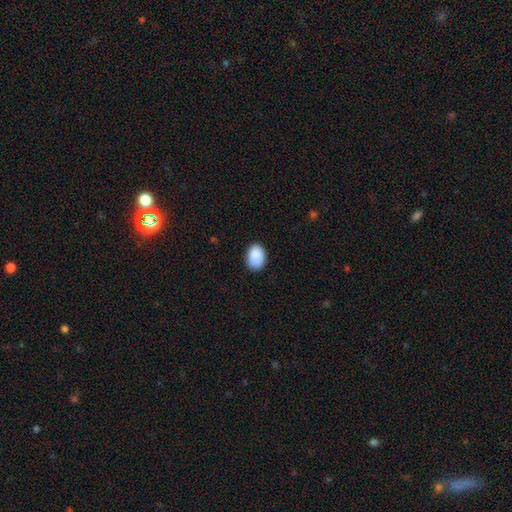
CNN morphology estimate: type=smooth (89%); roundness=in between (82%); merging=none (80%).